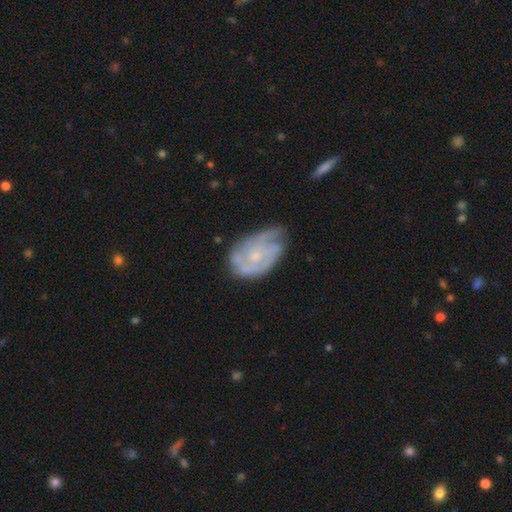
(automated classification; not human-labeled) smooth-or-featured: featured or disk: 73% | smooth: 20% | star or artifact: 7%
  disk-edge-on: no: 97% | yes: 3%
    bar: no: 76% | weak: 21% | strong: 3%
    has-spiral-arms: yes: 82% | no: 18%
      spiral-winding: tight: 51% | medium: 35% | loose: 15%
      spiral-arm-count: can't tell: 41% | 3: 21% | 2: 20% | 4: 7% | 1: 7% | more than 4: 4%
    bulge-size: small: 60% | moderate: 29% | none: 9% | large: 2% | dominant: 1%
  merging: none: 53% | minor disturbance: 30% | major disturbance: 14% | merger: 3%